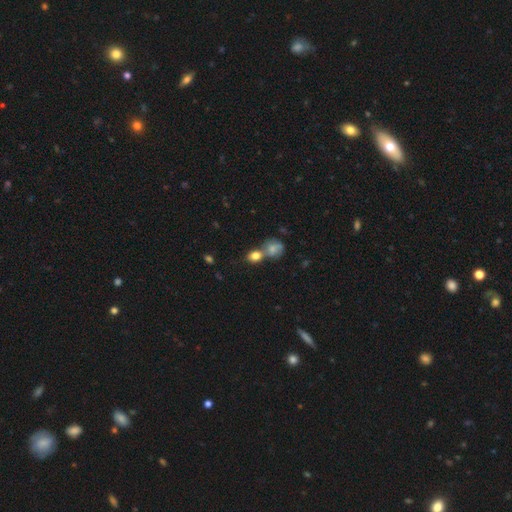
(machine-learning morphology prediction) type=smooth (79%); roundness=round (55%); merging=merger (43%).